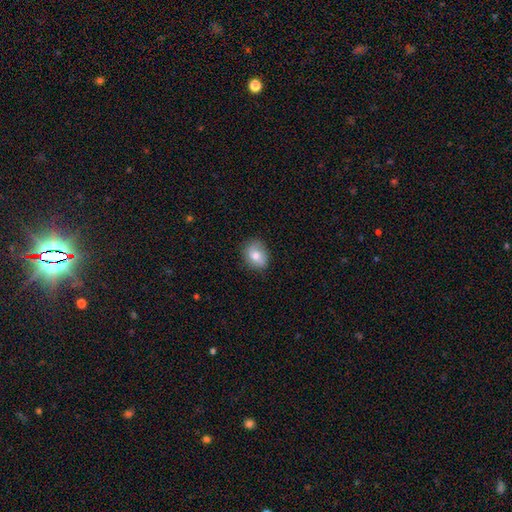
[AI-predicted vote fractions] smooth 73%, featured or disk 19%, star or artifact 8%. Down the decision tree: how rounded — round (50%); merging — none (80%).